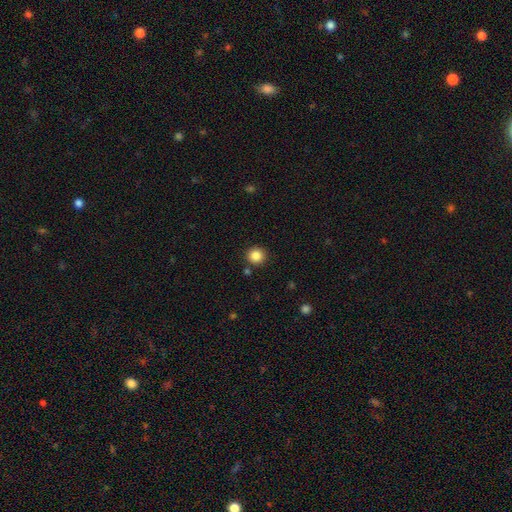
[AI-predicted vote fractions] Morphology: type=smooth (86%); roundness=round (92%); merging=none (88%).